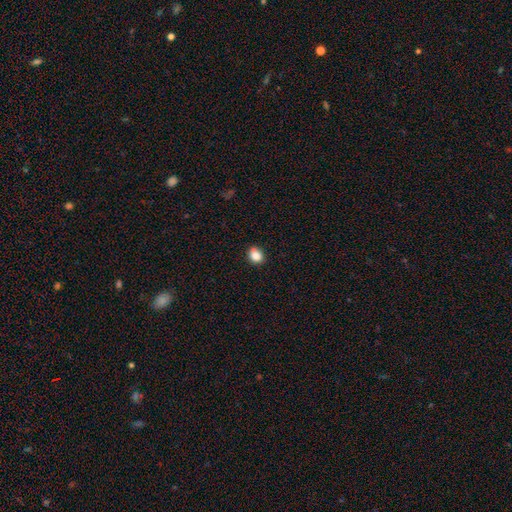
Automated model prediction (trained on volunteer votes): Smooth or featured? smooth (86%)
How rounded? round (56%)
Merging? none (82%)